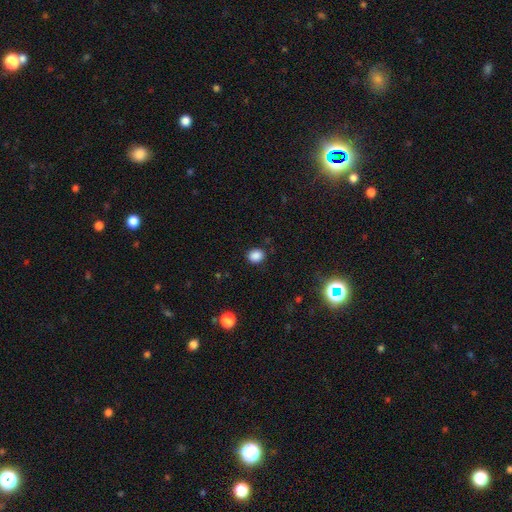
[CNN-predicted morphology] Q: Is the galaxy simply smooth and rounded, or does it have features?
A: smooth — 86%.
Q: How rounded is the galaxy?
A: round — 63%.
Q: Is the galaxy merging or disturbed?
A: none — 86%.